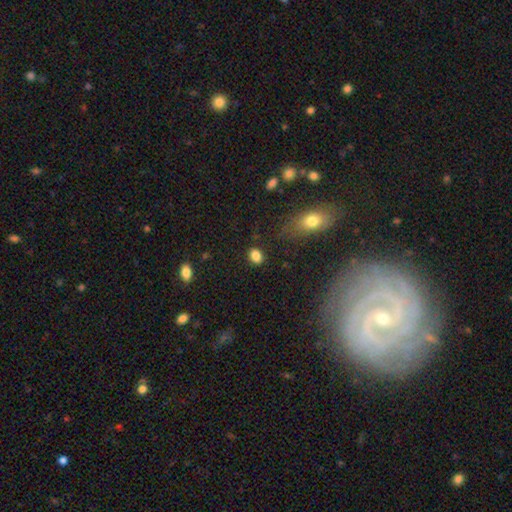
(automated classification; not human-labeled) A smooth galaxy with no disk features (85%) that is in between round and cigar-shaped (67%).

Vote fractions:
- Smooth or featured? smooth: 85% / star or artifact: 10% / featured or disk: 5%
- How rounded? in between: 67% / round: 31% / cigar-shaped: 1%
- Merging? none: 85% / minor disturbance: 10% / major disturbance: 3% / merger: 2%